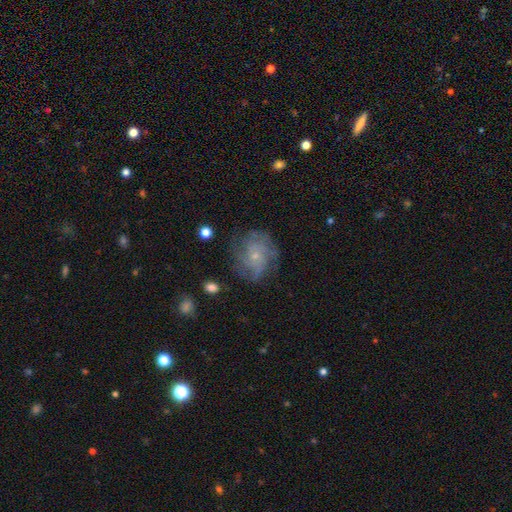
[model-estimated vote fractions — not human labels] Smooth or featured? Predicted: featured or disk (p=0.72). Edge-on disk? Predicted: no (p=0.98). Bar? Predicted: no (p=0.80). Spiral arms? Predicted: yes (p=0.90). Spiral winding? Predicted: tight (p=0.50). Spiral arm count? Predicted: can't tell (p=0.36). Bulge size? Predicted: small (p=0.78). Merging? Predicted: none (p=0.70).